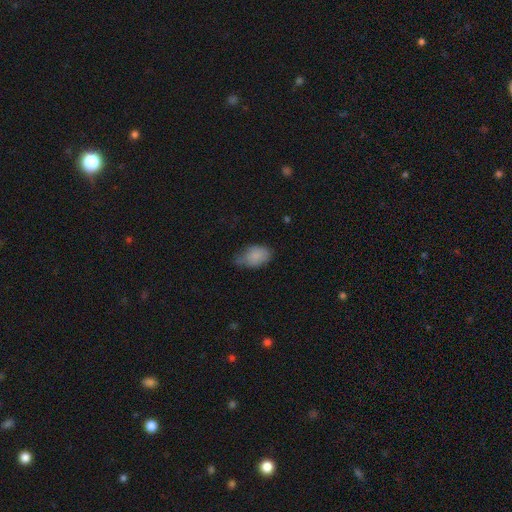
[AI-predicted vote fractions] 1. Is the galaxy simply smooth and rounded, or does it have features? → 83% smooth, 9% featured or disk, 8% star or artifact.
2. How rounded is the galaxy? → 88% in between, 10% round, 1% cigar-shaped.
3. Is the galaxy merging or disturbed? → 45% none, 42% minor disturbance, 10% major disturbance, 3% merger.